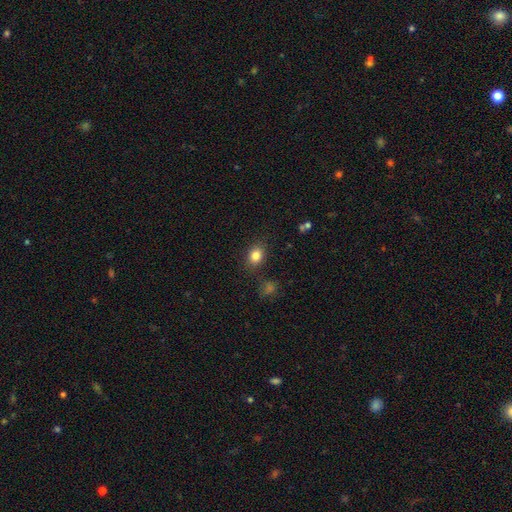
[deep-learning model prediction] Morphology: type=smooth (83%); roundness=in between (59%); merging=none (83%).